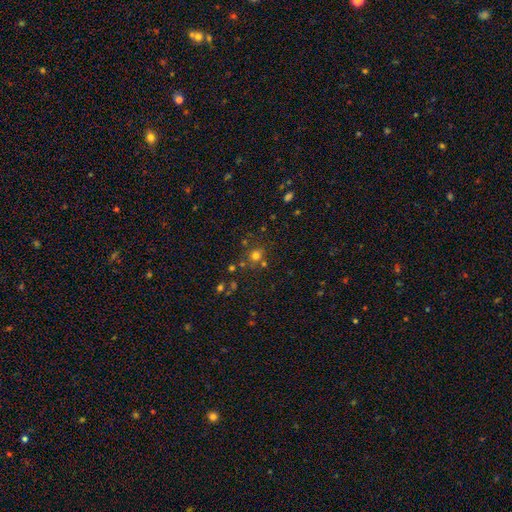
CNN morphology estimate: Smooth or featured? Predicted: smooth (p=0.68). How rounded? Predicted: round (p=0.85). Merging? Predicted: none (p=0.70).